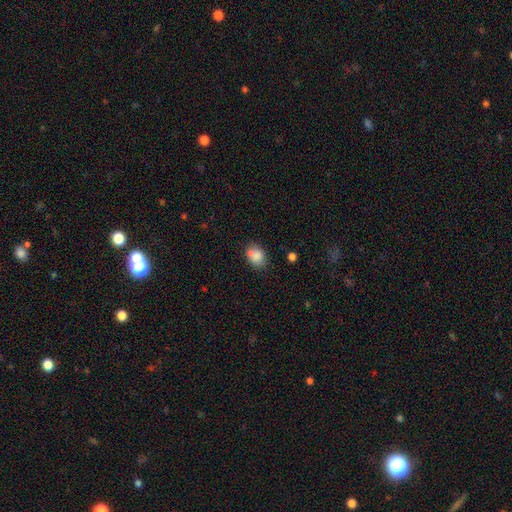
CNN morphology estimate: Smooth or featured? Predicted: smooth (p=0.81). How rounded? Predicted: in between (p=0.69). Merging? Predicted: none (p=0.61).